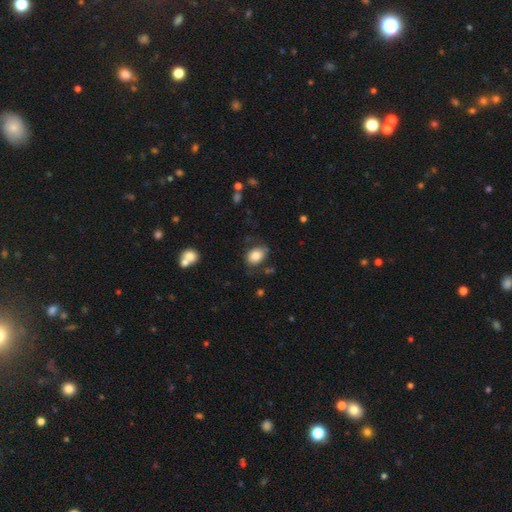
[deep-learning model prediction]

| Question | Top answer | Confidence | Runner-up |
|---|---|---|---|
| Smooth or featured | smooth | 81% | featured or disk (11%) |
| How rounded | in between | 72% | round (27%) |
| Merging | none | 70% | minor disturbance (20%) |